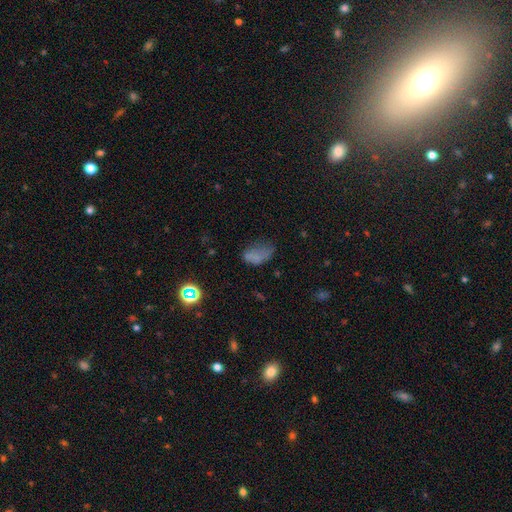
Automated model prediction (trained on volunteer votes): Q: Smooth or featured?
A: smooth (61%); runner-up: featured or disk (20%)
Q: How rounded?
A: in between (87%); runner-up: round (10%)
Q: Merging?
A: none (33%); runner-up: minor disturbance (32%)